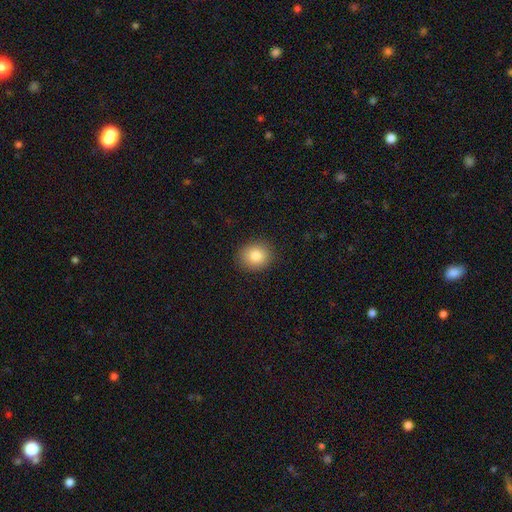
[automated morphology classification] smooth-or-featured: smooth: 84% | star or artifact: 9% | featured or disk: 7%
  how-rounded: round: 71% | in between: 28% | cigar-shaped: 1%
  merging: none: 89% | minor disturbance: 8% | major disturbance: 2% | merger: 1%